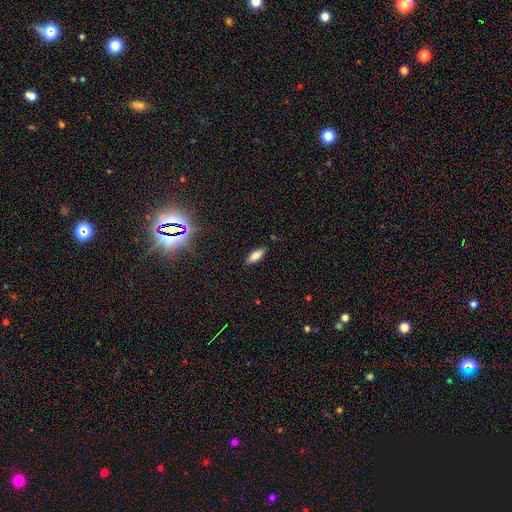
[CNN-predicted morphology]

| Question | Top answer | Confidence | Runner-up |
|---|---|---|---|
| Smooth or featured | smooth | 77% | featured or disk (13%) |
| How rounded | in between | 69% | cigar-shaped (29%) |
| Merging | none | 84% | minor disturbance (12%) |